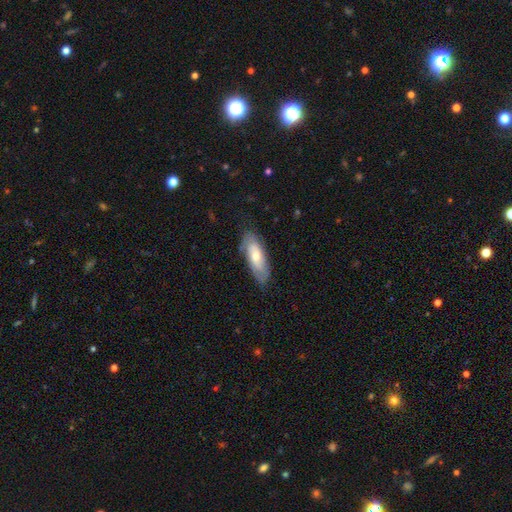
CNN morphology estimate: This is possibly a smooth galaxy (49%). Merging: likely none (73%).